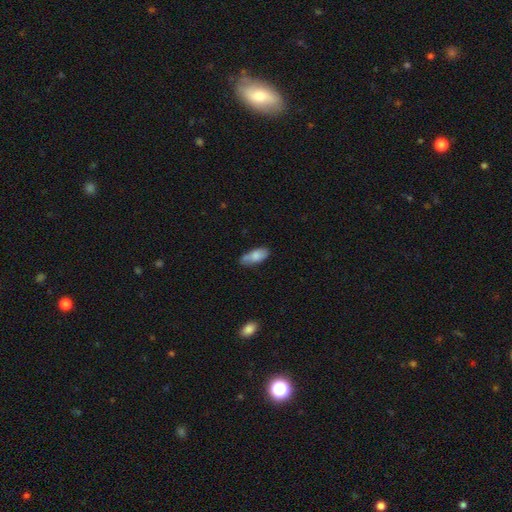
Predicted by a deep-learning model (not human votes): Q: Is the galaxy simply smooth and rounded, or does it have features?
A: smooth — 79%.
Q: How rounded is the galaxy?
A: in between — 81%.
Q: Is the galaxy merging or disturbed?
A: none — 63%.